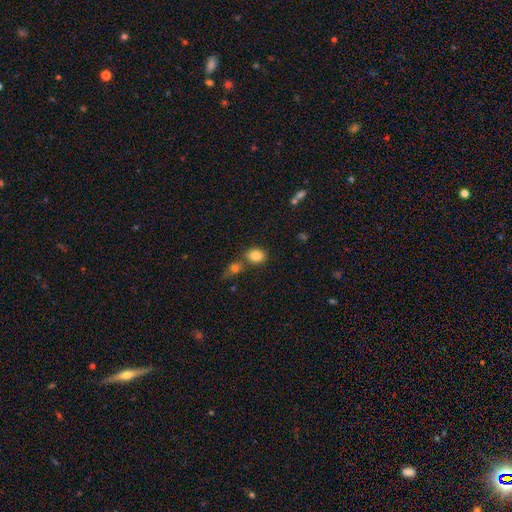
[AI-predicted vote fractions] This is clearly a smooth galaxy (84%). How rounded: possibly in between (58%). Merging: likely none (61%).